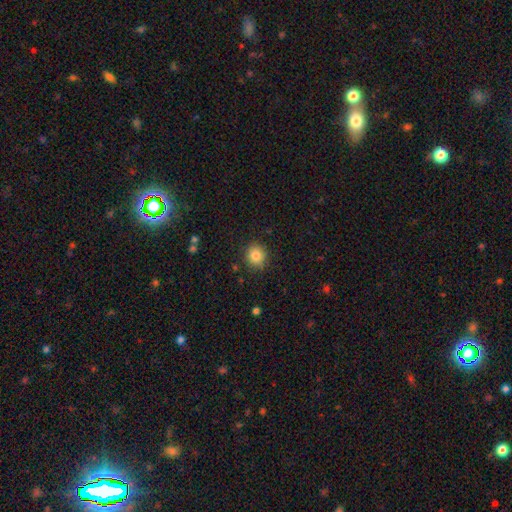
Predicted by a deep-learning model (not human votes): A smooth galaxy with no disk features (84%) that is round (88%).

Vote fractions:
- Smooth or featured? smooth: 84% / star or artifact: 10% / featured or disk: 6%
- How rounded? round: 88% / in between: 11% / cigar-shaped: 1%
- Merging? none: 88% / minor disturbance: 8% / major disturbance: 2% / merger: 1%